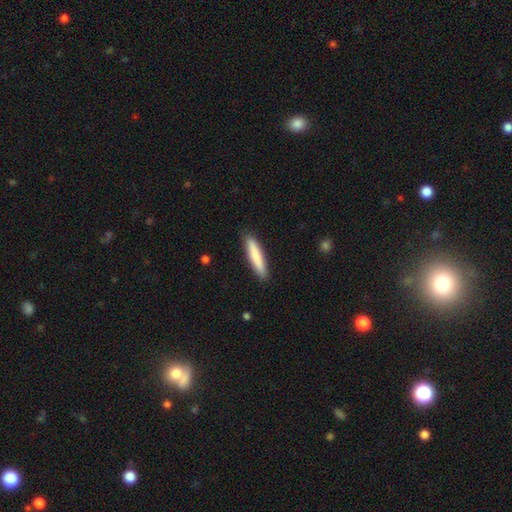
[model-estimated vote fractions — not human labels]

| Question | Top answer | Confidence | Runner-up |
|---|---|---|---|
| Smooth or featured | smooth | 80% | featured or disk (14%) |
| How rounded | cigar-shaped | 89% | in between (10%) |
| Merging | none | 90% | minor disturbance (7%) |